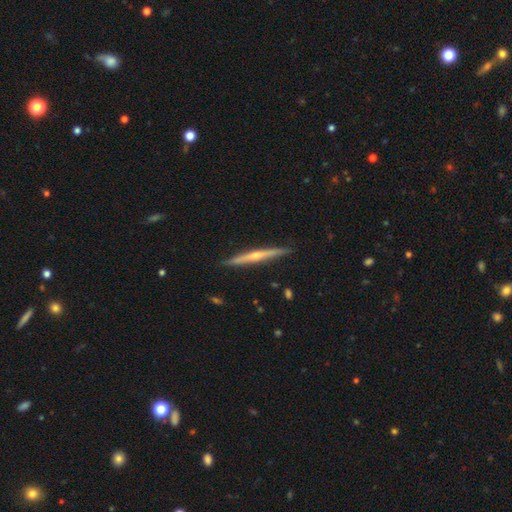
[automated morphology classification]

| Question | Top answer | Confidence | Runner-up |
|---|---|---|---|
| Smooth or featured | featured or disk | 72% | smooth (23%) |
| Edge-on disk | yes | 98% | no (2%) |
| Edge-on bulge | rounded | 78% | none (18%) |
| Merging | none | 91% | minor disturbance (7%) |